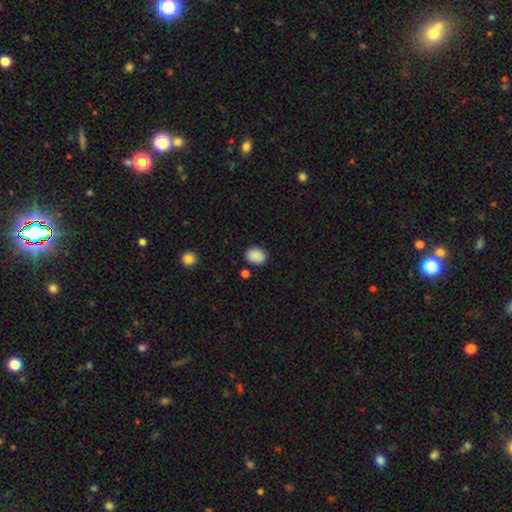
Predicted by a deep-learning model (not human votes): smooth 89%, star or artifact 8%, featured or disk 3%. Down the decision tree: how rounded — in between (61%); merging — none (82%).